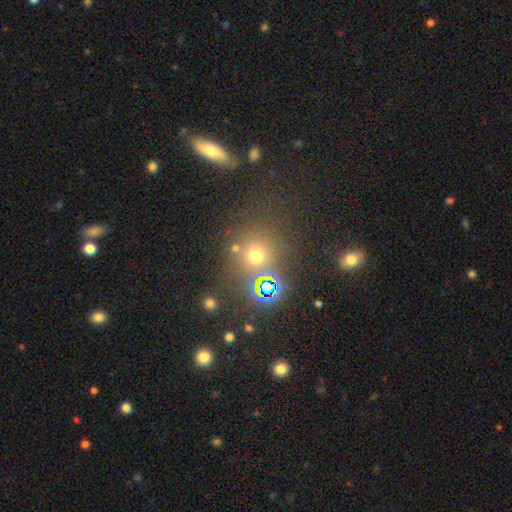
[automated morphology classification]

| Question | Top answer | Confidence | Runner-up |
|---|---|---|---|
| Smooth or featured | smooth | 60% | star or artifact (31%) |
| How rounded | round | 89% | in between (10%) |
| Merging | none | 76% | minor disturbance (10%) |